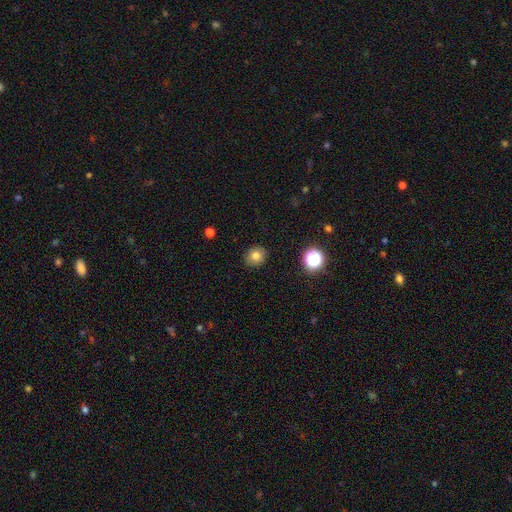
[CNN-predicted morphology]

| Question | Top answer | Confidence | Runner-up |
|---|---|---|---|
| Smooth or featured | smooth | 79% | star or artifact (13%) |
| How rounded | round | 79% | in between (20%) |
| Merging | none | 90% | minor disturbance (7%) |